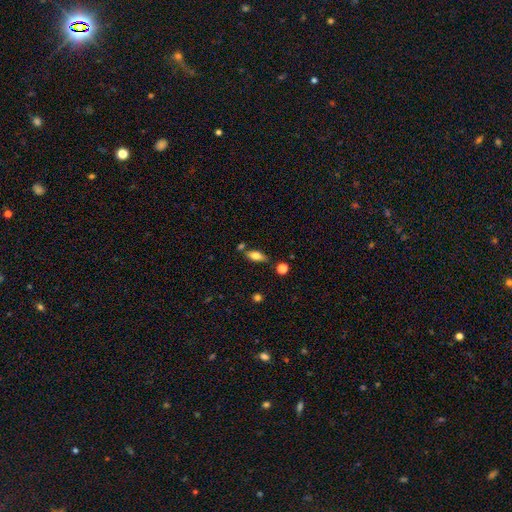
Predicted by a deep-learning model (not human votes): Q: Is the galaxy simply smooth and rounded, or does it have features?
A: smooth — 73%.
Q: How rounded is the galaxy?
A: in between — 79%.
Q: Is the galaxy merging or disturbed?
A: none — 70%.